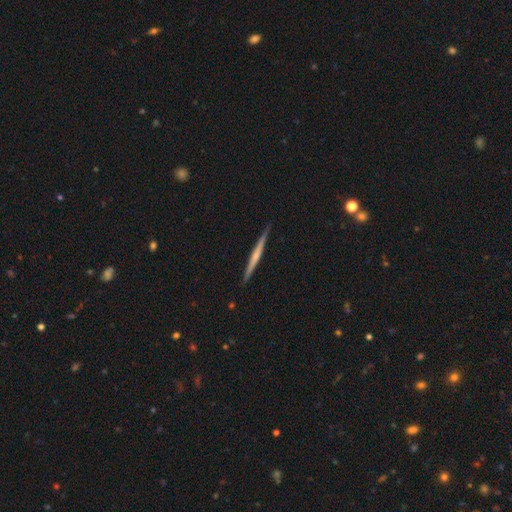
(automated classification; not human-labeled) A featured or disk galaxy (64%) viewed edge-on (98%) with no central bulge (47%).

Vote fractions:
- Smooth or featured? featured or disk: 64% / smooth: 31% / star or artifact: 5%
- Edge-on disk? yes: 98% / no: 2%
- Edge-on bulge? none: 47% / rounded: 44% / boxy: 9%
- Merging? none: 91% / minor disturbance: 7% / major disturbance: 1% / merger: 1%